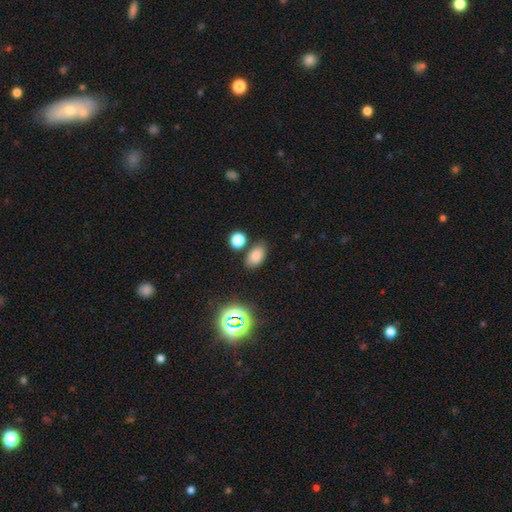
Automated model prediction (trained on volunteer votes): smooth 77%, star or artifact 16%, featured or disk 7%. Down the decision tree: how rounded — in between (88%); merging — none (74%).